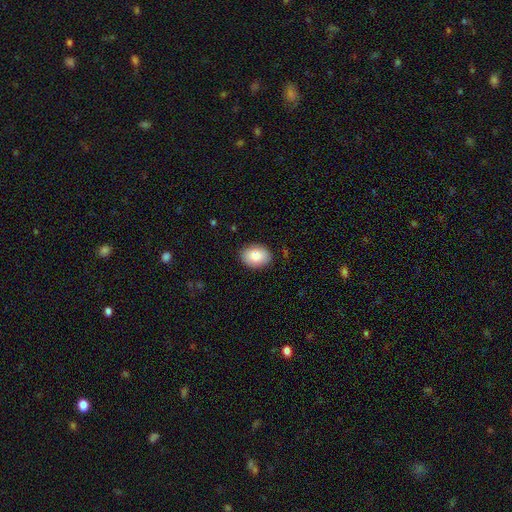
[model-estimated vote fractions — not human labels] This appears to be a smooth galaxy with no disk features (86%) that is in between round and cigar-shaped (76%). Merging: none (86%).